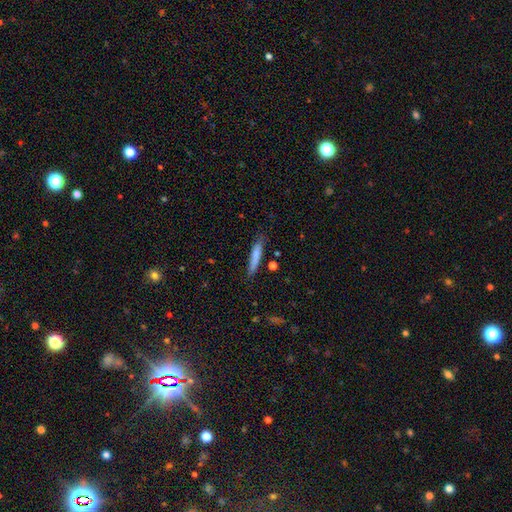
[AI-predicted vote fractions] smooth_or_featured: smooth (p=0.76) [alt: featured or disk p=0.17]
how_rounded: cigar-shaped (p=0.89) [alt: in between p=0.09]
merging: none (p=0.76) [alt: minor disturbance p=0.18]